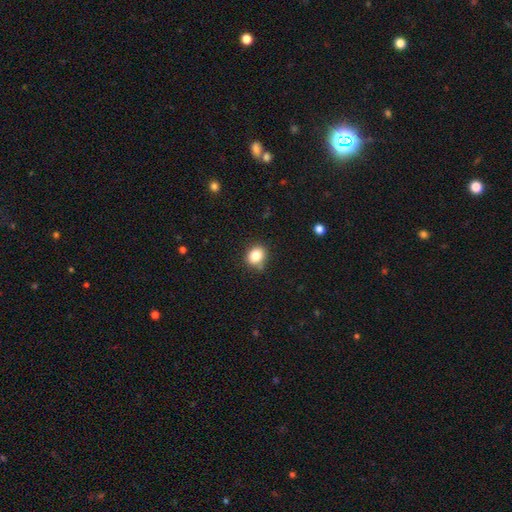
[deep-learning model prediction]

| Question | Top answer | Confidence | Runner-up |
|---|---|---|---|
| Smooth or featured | smooth | 83% | star or artifact (10%) |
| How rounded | round | 61% | in between (38%) |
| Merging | none | 79% | minor disturbance (13%) |